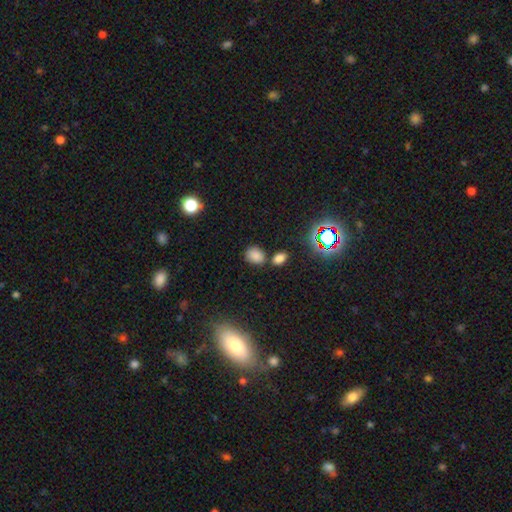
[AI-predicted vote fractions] smooth_or_featured: smooth (p=0.78) [alt: star or artifact p=0.17]
how_rounded: in between (p=0.66) [alt: round p=0.32]
merging: none (p=0.68) [alt: merger p=0.15]